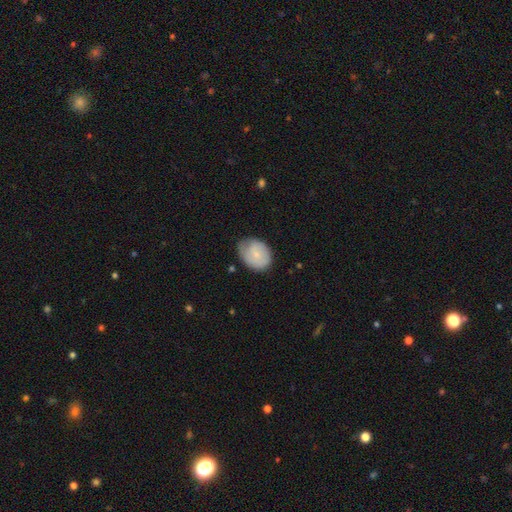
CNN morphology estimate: A smooth galaxy with no disk features (60%) that is in between round and cigar-shaped (63%). Merging: none (59%).